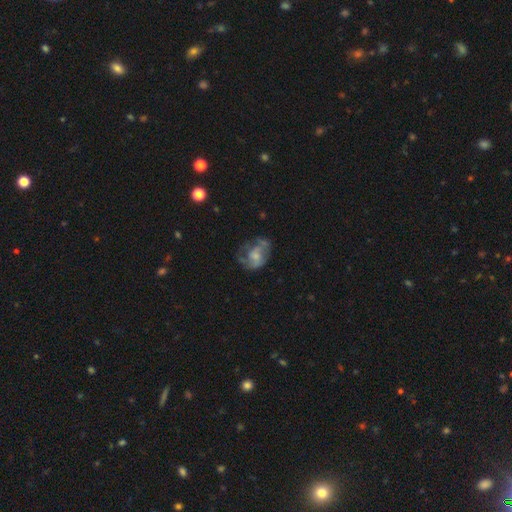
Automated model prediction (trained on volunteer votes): smooth_or_featured: featured or disk (p=0.54) [alt: smooth p=0.37]
disk_edge_on: no (p=0.97) [alt: yes p=0.03]
bar: no (p=0.74) [alt: weak p=0.22]
has_spiral_arms: no (p=0.53) [alt: yes p=0.47]
bulge_size: small (p=0.40) [alt: moderate p=0.33]
merging: none (p=0.38) [alt: major disturbance p=0.33]